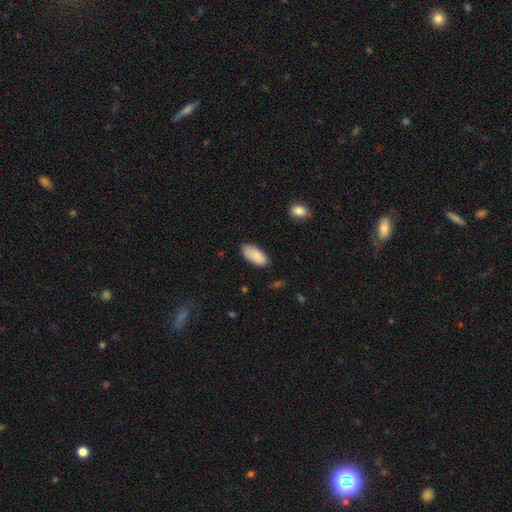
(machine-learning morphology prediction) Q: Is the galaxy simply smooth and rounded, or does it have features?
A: smooth — 86%.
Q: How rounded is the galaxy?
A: in between — 92%.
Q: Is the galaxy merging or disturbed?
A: none — 78%.